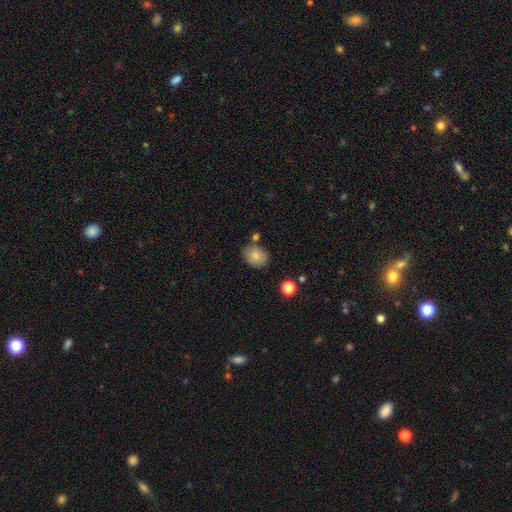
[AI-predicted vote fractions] Smooth or featured: smooth — 82% (featured or disk — 9%)
How rounded: in between — 56% (round — 43%)
Merging: none — 72% (minor disturbance — 16%)